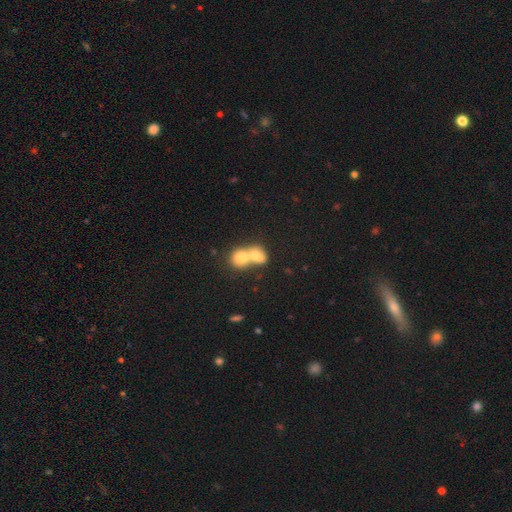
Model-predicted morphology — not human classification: Smooth or featured?
  - smooth: 71% *
  - featured or disk: 19%
  - star or artifact: 9%
How rounded?
  - in between: 52% *
  - round: 47%
  - cigar-shaped: 2%
Merging?
  - merger: 79% *
  - none: 15%
  - minor disturbance: 4%
  - major disturbance: 2%